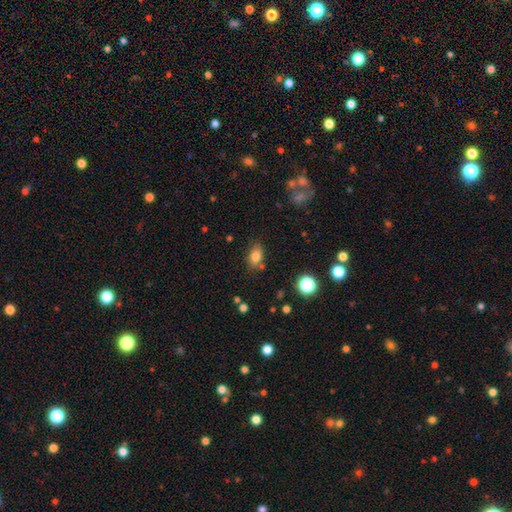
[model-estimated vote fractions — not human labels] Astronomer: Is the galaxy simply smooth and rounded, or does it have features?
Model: smooth — 80%.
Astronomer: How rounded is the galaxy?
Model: in between — 81%.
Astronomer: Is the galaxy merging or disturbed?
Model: none — 75%.